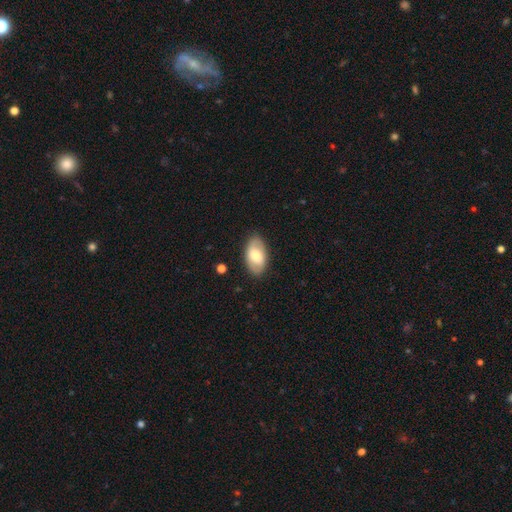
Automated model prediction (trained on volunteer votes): Overall: smooth (65%; featured or disk 29%). How rounded: in between (94%). Merging: none (85%).